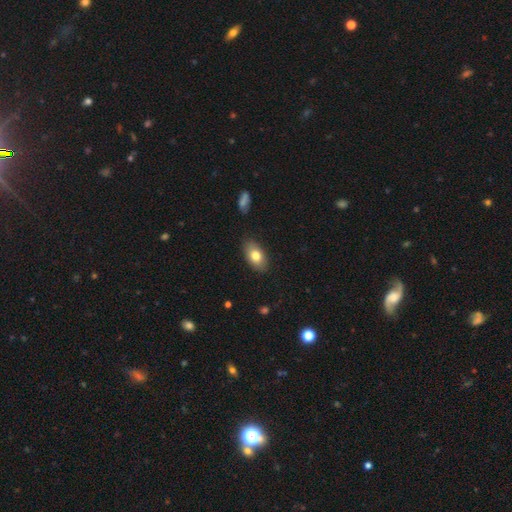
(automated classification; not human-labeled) Morphology: type=smooth (78%); roundness=in between (90%); merging=none (85%).